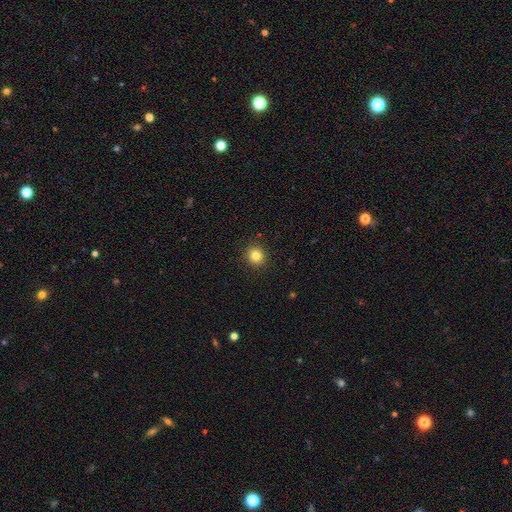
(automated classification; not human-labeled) Smooth or featured? Predicted: smooth (p=0.82). How rounded? Predicted: round (p=0.91). Merging? Predicted: none (p=0.92).